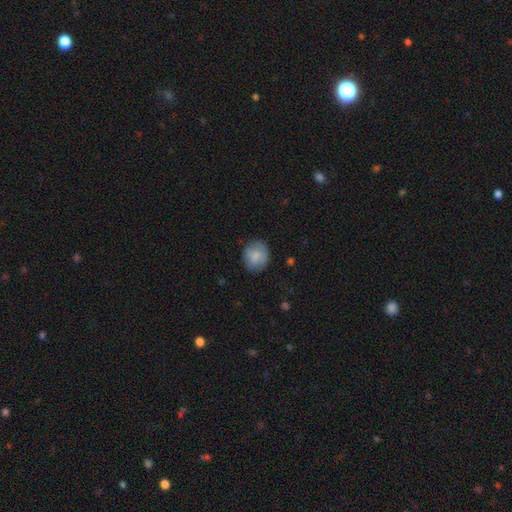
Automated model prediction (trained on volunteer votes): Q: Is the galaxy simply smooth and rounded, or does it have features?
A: smooth — 79%.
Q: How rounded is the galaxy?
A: round — 76%.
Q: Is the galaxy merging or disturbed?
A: none — 78%.